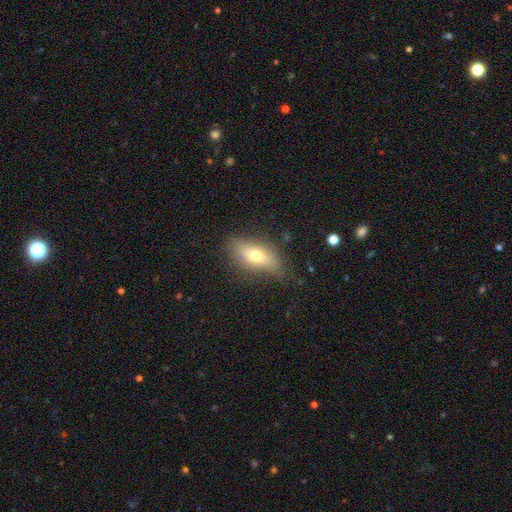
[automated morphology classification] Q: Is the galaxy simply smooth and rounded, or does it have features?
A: smooth — 64%.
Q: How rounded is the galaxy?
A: in between — 75%.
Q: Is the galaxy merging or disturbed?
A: none — 75%.